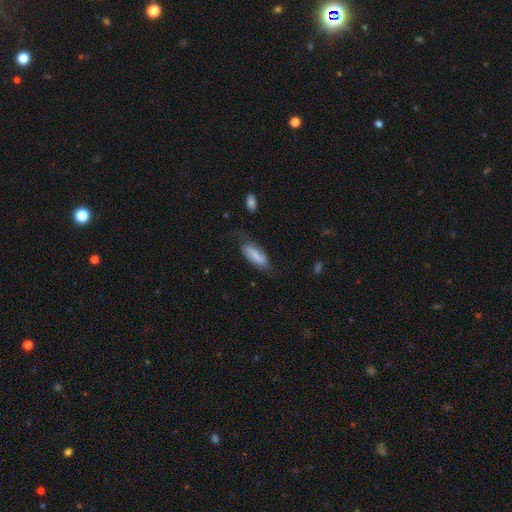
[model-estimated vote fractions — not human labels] smooth_or_featured: smooth (p=0.71) [alt: featured or disk p=0.23]
how_rounded: in between (p=0.68) [alt: cigar-shaped p=0.30]
merging: none (p=0.59) [alt: minor disturbance p=0.28]